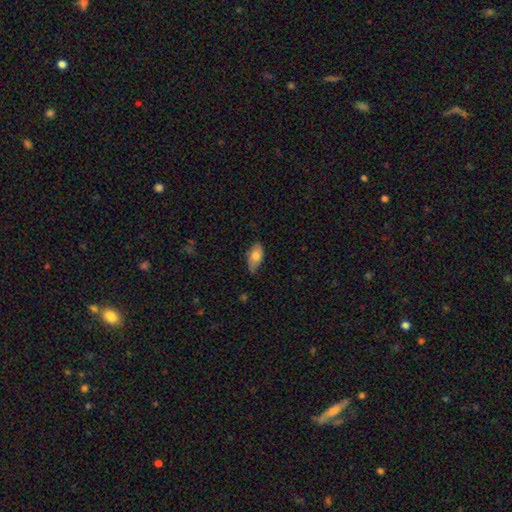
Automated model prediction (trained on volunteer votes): Smooth or featured? smooth (78%)
How rounded? in between (92%)
Merging? none (70%)